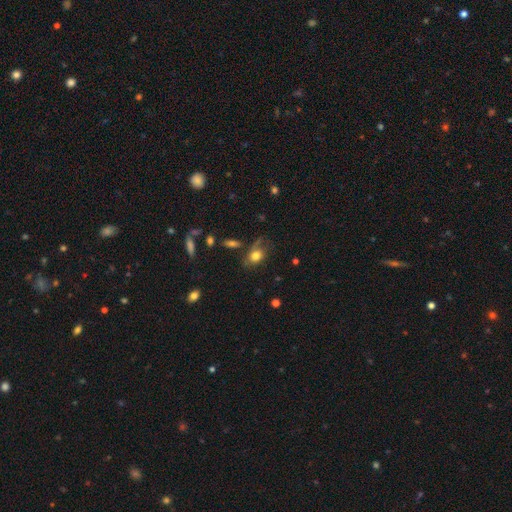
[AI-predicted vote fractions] Q: Smooth or featured?
A: smooth (73%); runner-up: featured or disk (16%)
Q: How rounded?
A: in between (59%); runner-up: round (39%)
Q: Merging?
A: none (49%); runner-up: minor disturbance (26%)